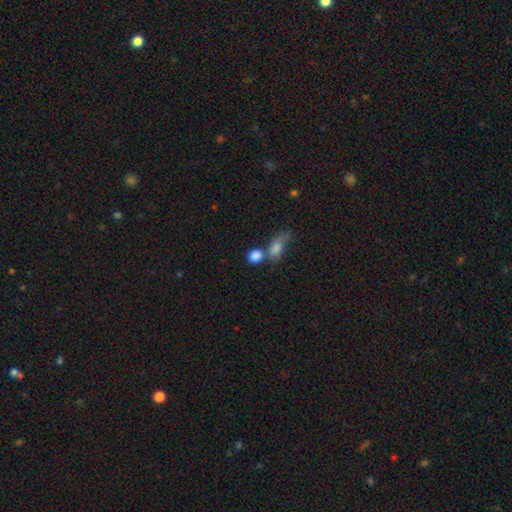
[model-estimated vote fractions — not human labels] Smooth or featured?
  - smooth: 84% *
  - star or artifact: 9%
  - featured or disk: 7%
How rounded?
  - round: 55% *
  - in between: 41%
  - cigar-shaped: 3%
Merging?
  - merger: 47% *
  - none: 37%
  - minor disturbance: 10%
  - major disturbance: 6%